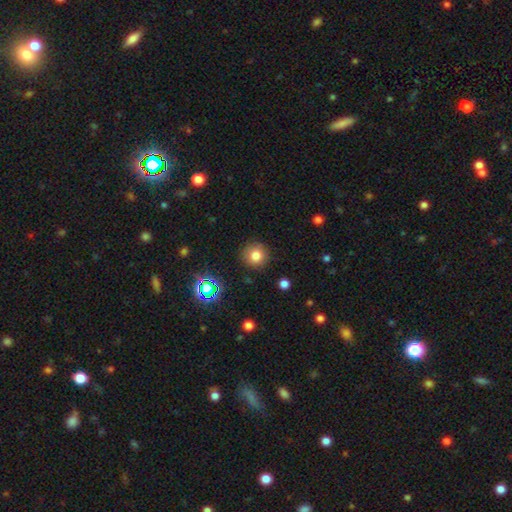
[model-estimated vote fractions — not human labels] Morphology: type=smooth (77%); roundness=round (93%); merging=none (88%).